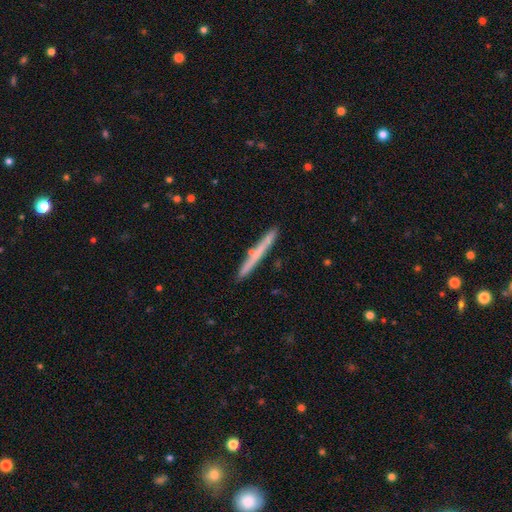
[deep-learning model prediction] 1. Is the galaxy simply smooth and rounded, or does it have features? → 55% smooth, 39% featured or disk, 6% star or artifact.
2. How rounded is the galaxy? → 97% cigar-shaped, 2% in between, 1% round.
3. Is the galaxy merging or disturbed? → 87% none, 9% minor disturbance, 3% merger, 2% major disturbance.